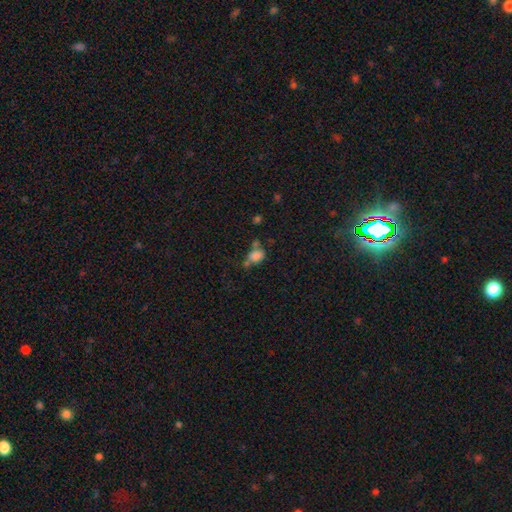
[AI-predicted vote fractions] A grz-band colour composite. It shows a smooth galaxy with no disk features (79%) that is in between round and cigar-shaped (68%). Merging: none (39%).